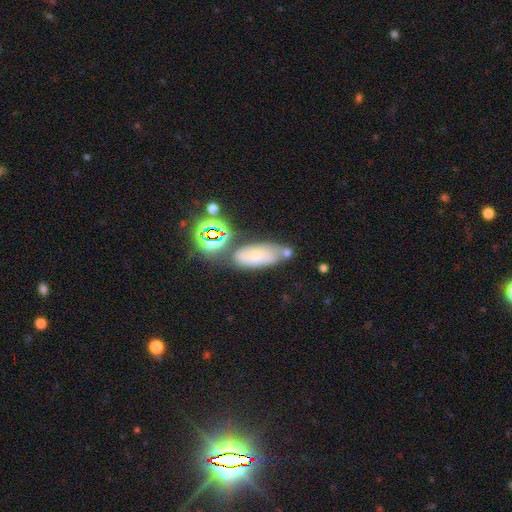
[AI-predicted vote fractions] Smooth or featured? smooth (50%)
Merging? none (56%)